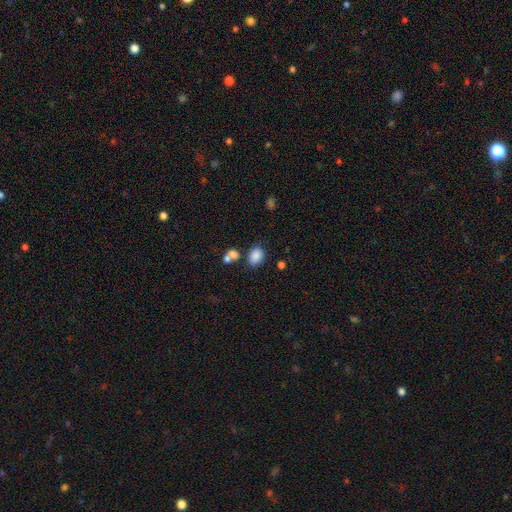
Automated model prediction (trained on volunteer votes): Morphology: type=smooth (84%); roundness=in between (64%); merging=none (65%).